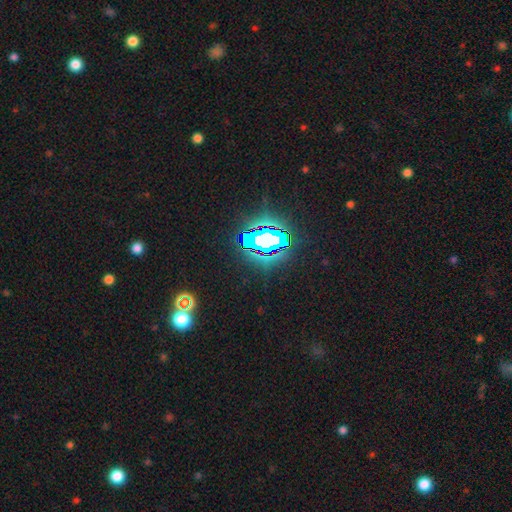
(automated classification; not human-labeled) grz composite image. It shows a star or artifact, not a galaxy (82%).